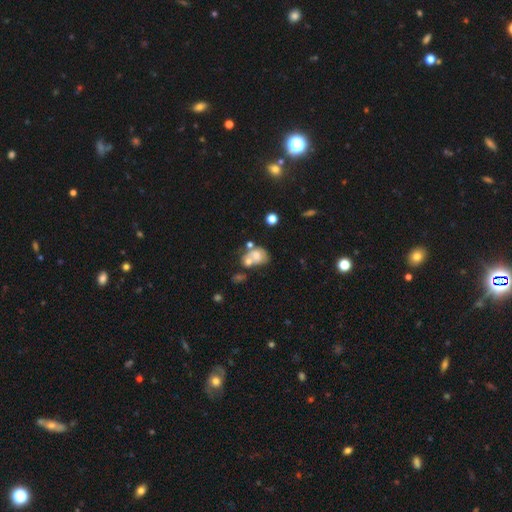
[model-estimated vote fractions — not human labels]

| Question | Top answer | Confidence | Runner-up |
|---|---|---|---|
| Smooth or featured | smooth | 52% | featured or disk (35%) |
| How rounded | in between | 63% | round (36%) |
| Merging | merger | 44% | none (24%) |